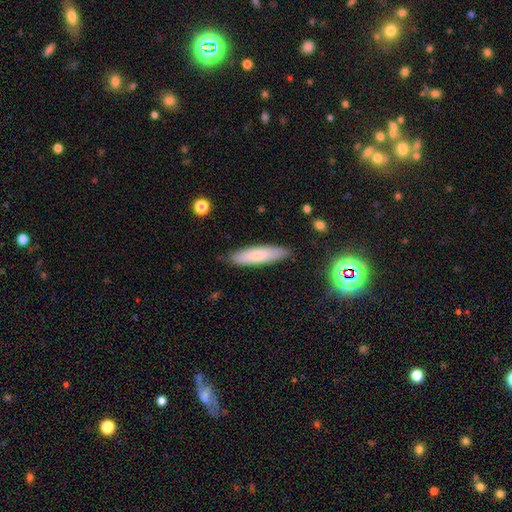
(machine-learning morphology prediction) This appears to be a smooth galaxy with no disk features (74%) that is cigar-shaped (70%). Merging: none (86%).